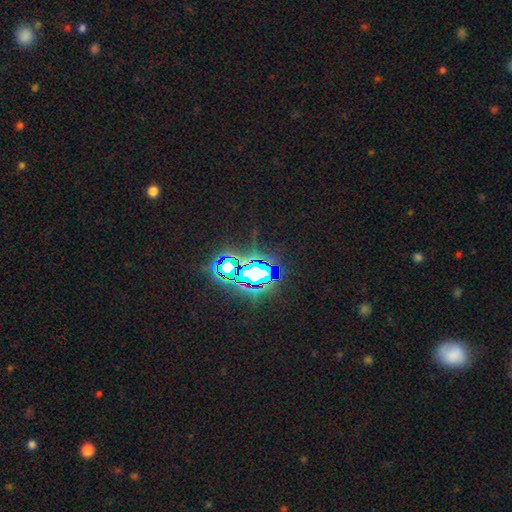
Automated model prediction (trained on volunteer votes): star or artifact 79%, smooth 11%, featured or disk 10%.